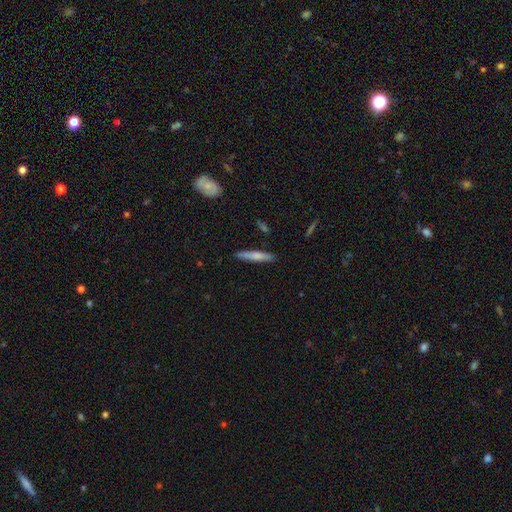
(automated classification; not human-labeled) The model was most divided on "smooth or featured": smooth: 69%, featured or disk: 25%, star or artifact: 6%. More confident: how rounded — cigar-shaped (92%); merging — none (88%).